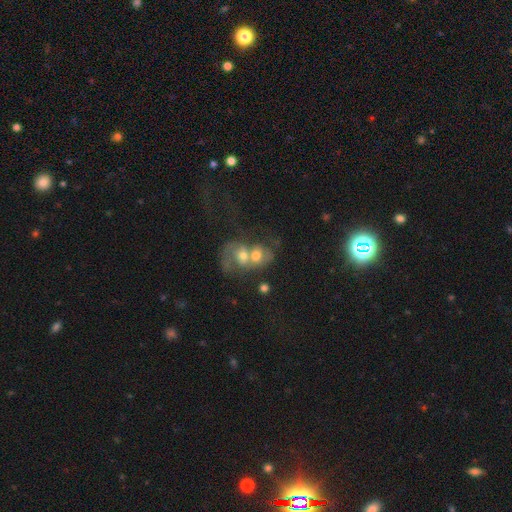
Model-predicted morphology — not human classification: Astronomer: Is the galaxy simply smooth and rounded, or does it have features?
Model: featured or disk — 47% (runner-up: smooth, 41%).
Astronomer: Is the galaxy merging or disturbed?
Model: merger — 80%.